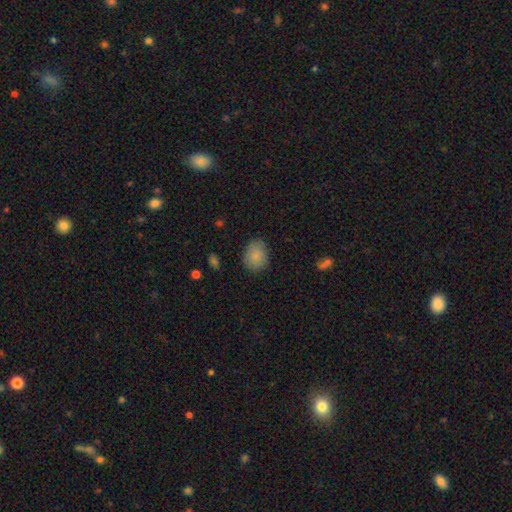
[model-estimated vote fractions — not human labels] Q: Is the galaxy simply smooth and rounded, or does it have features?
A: smooth — 84%.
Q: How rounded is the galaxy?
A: in between — 54%.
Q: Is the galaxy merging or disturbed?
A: none — 79%.